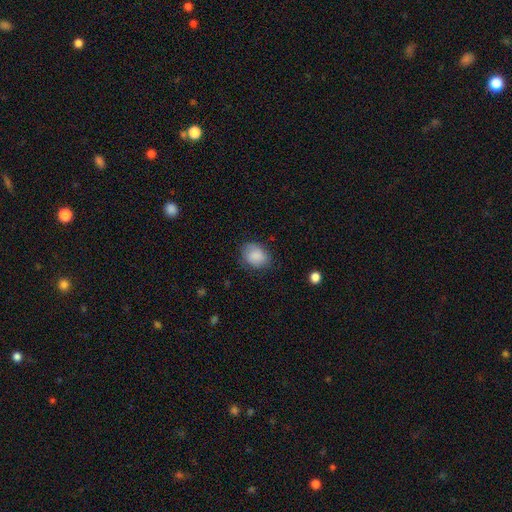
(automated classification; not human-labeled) smooth_or_featured: smooth (p=0.86) [alt: star or artifact p=0.07]
how_rounded: in between (p=0.59) [alt: round p=0.40]
merging: none (p=0.72) [alt: minor disturbance p=0.21]